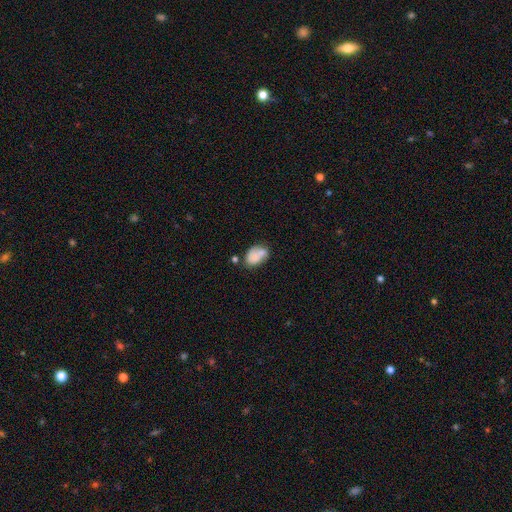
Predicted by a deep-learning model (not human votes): smooth_or_featured: smooth (p=0.72) [alt: featured or disk p=0.20]
how_rounded: in between (p=0.81) [alt: round p=0.18]
merging: none (p=0.37) [alt: merger p=0.34]